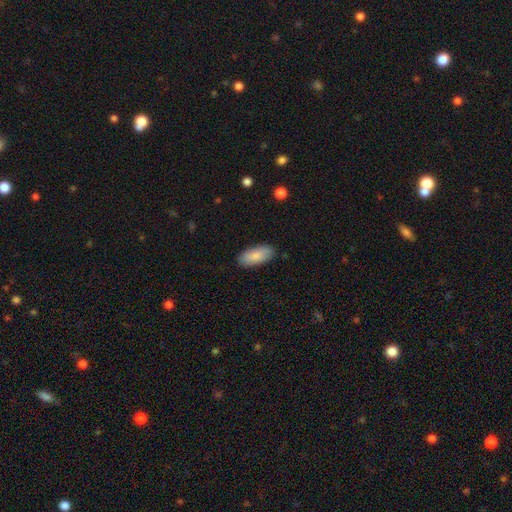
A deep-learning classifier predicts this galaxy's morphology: A smooth galaxy with no disk features (86%) that is in between round and cigar-shaped (88%). Merging: none (88%).